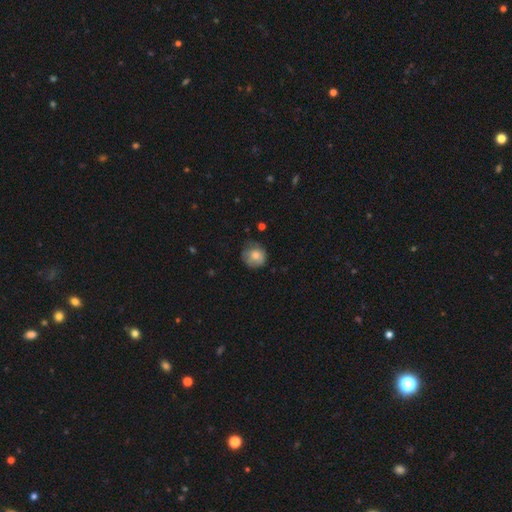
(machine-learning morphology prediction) This appears to be a smooth galaxy with no disk features (75%) that is round (85%). Merging: none (62%).